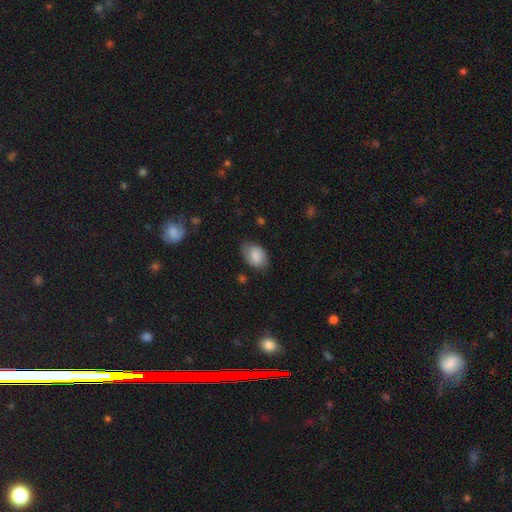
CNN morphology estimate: Smooth or featured? Predicted: smooth (p=0.82). How rounded? Predicted: in between (p=0.83). Merging? Predicted: none (p=0.68).